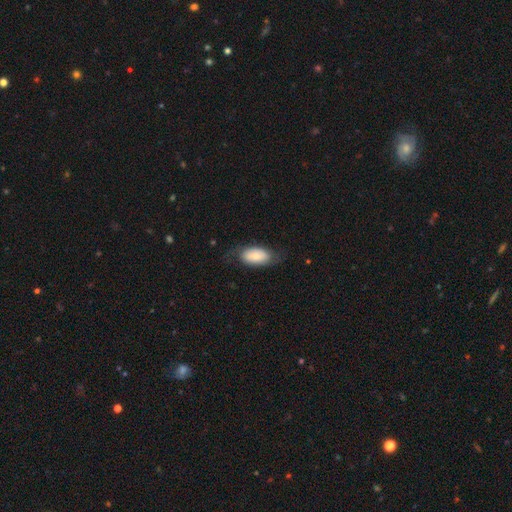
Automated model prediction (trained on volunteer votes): smooth 67%, featured or disk 27%, star or artifact 7%. Down the decision tree: how rounded — in between (93%); merging — none (66%).